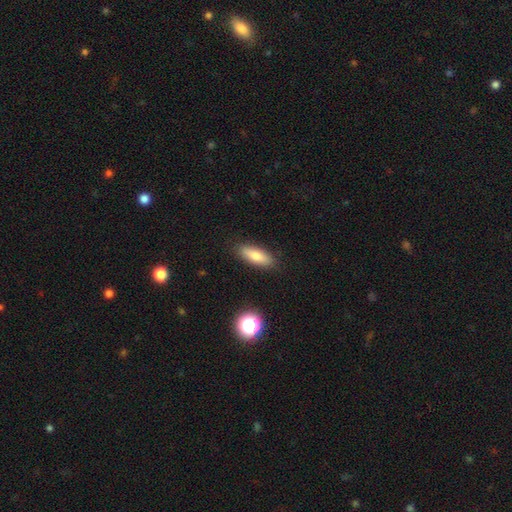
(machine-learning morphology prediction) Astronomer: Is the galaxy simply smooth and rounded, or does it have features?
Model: smooth — 76%.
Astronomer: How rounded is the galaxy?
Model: in between — 58% (runner-up: cigar-shaped, 40%).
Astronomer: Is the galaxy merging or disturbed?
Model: none — 88%.